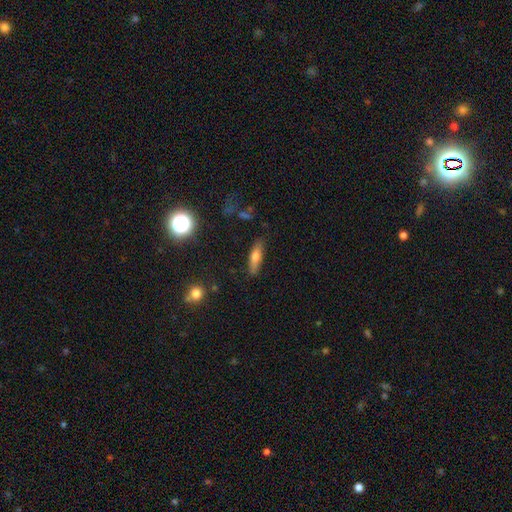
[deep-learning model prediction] Morphology: type=smooth (69%); roundness=cigar-shaped (58%); merging=none (81%).